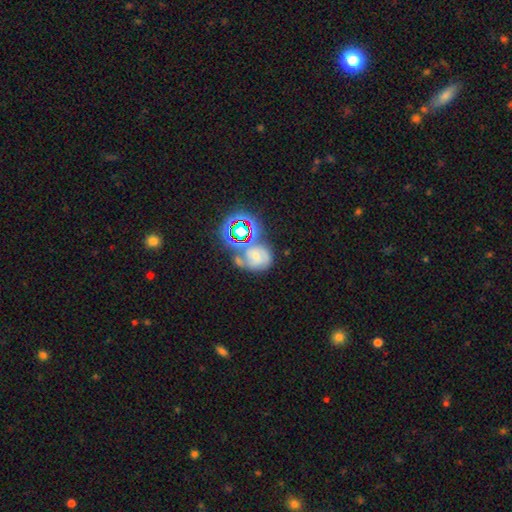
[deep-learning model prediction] This appears to be a featured or disk galaxy (40%). Merging: none (38%).